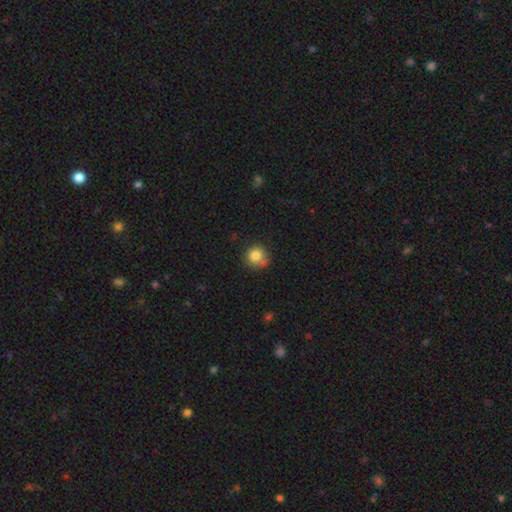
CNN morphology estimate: type=smooth (81%); roundness=round (90%); merging=none (66%).